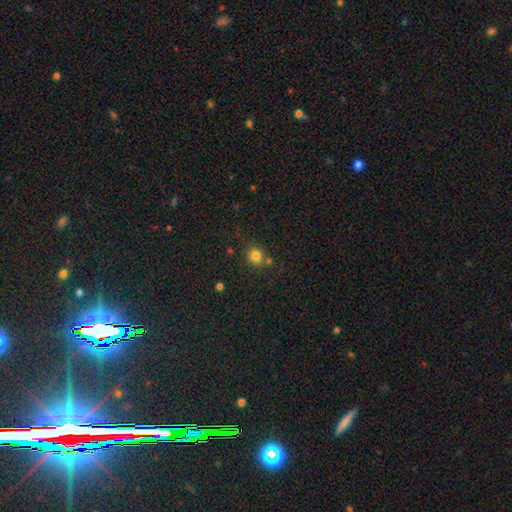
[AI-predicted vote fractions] The model was most divided on "how rounded": round: 78%, in between: 21%, cigar-shaped: 1%. More confident: smooth or featured — smooth (80%); merging — none (72%).